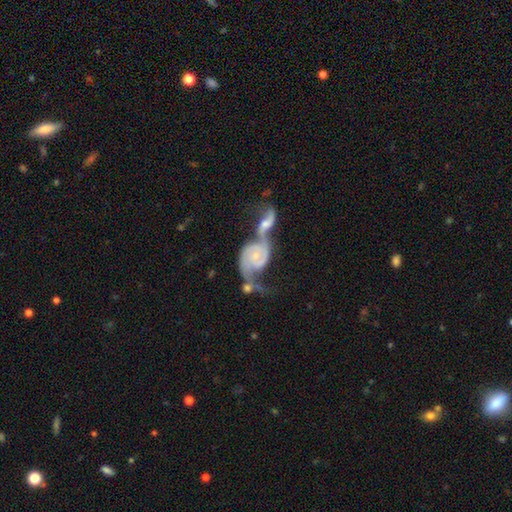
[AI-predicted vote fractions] A featured or disk galaxy (80%) with no bar (70%), 2 (66%) medium (39%) spiral arms (92%) and a small central bulge (64%). Merging: merger (68%).